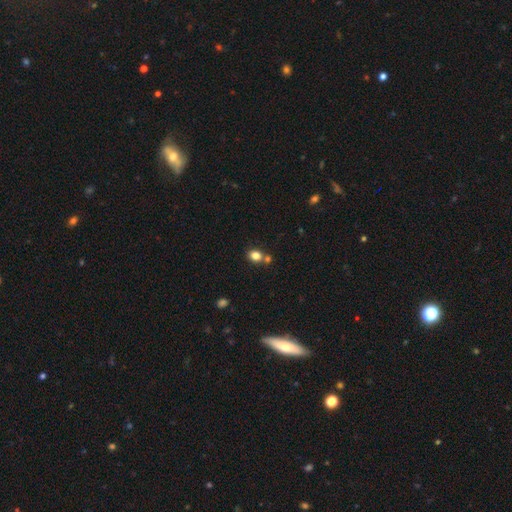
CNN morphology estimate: A smooth galaxy with no disk features (82%) that is round (56%).

Vote fractions:
- Smooth or featured? smooth: 82% / star or artifact: 12% / featured or disk: 7%
- How rounded? round: 56% / in between: 43% / cigar-shaped: 1%
- Merging? none: 65% / merger: 21% / minor disturbance: 10% / major disturbance: 3%